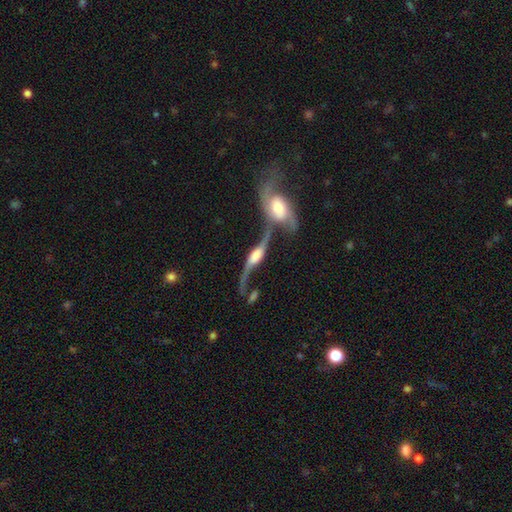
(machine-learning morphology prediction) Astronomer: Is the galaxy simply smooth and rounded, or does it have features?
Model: featured or disk — 80%.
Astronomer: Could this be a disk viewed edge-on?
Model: no — 56% (runner-up: yes, 44%).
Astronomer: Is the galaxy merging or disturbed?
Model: merger — 61%.